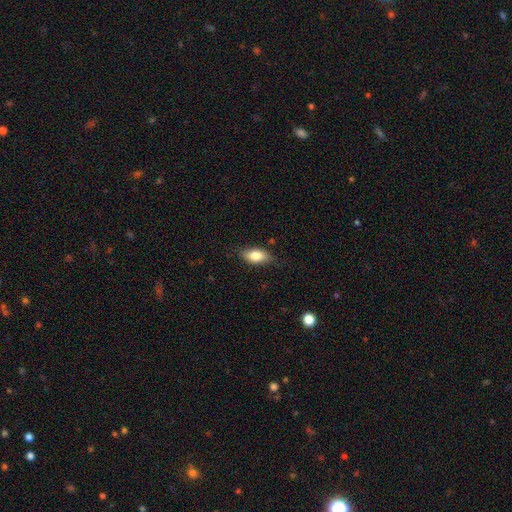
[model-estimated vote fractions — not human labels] smooth-or-featured: smooth: 81% | featured or disk: 12% | star or artifact: 7%
  how-rounded: in between: 88% | cigar-shaped: 7% | round: 5%
  merging: none: 79% | minor disturbance: 16% | major disturbance: 3% | merger: 1%